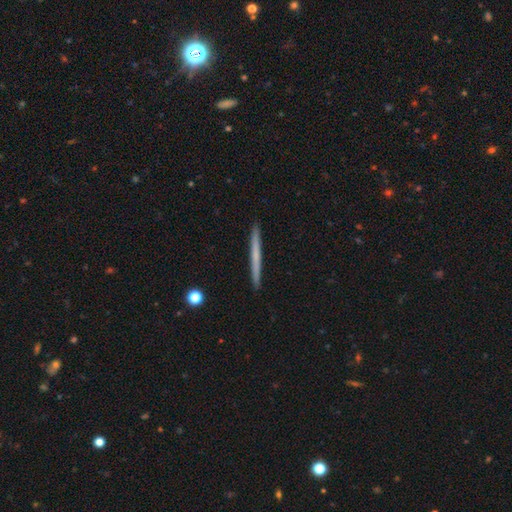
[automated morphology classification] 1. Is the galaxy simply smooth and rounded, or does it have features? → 52% smooth, 42% featured or disk, 6% star or artifact.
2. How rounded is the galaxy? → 97% cigar-shaped, 1% in between, 1% round.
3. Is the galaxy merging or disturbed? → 93% none, 5% minor disturbance, 1% major disturbance, 1% merger.